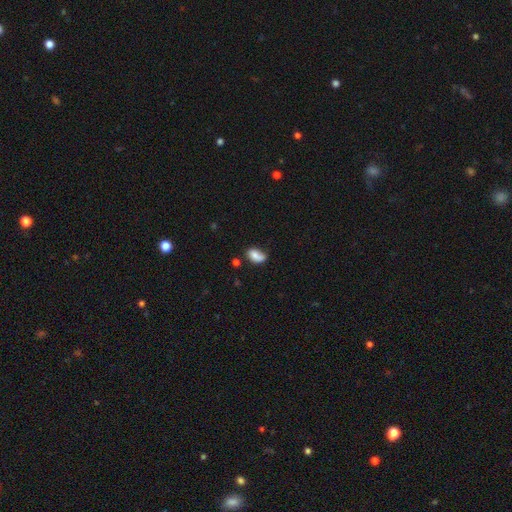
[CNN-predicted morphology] A smooth galaxy with no disk features (75%) that is in between round and cigar-shaped (87%).

Vote fractions:
- Smooth or featured? smooth: 75% / featured or disk: 16% / star or artifact: 9%
- How rounded? in between: 87% / round: 10% / cigar-shaped: 3%
- Merging? none: 45% / minor disturbance: 31% / major disturbance: 14% / merger: 10%